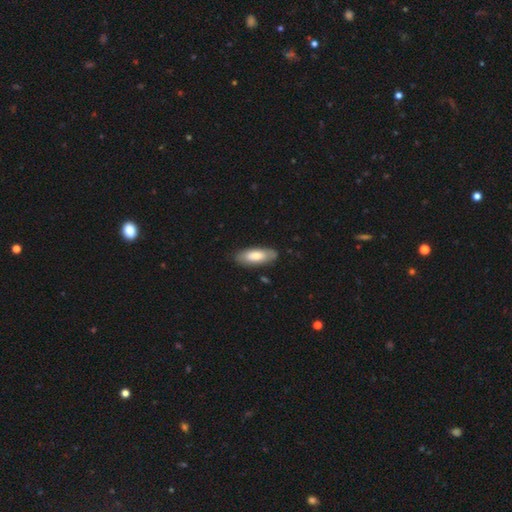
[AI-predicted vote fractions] Smooth or featured?
  - smooth: 74% *
  - featured or disk: 21%
  - star or artifact: 5%
How rounded?
  - in between: 75% *
  - cigar-shaped: 23%
  - round: 2%
Merging?
  - none: 84% *
  - minor disturbance: 12%
  - major disturbance: 2%
  - merger: 1%